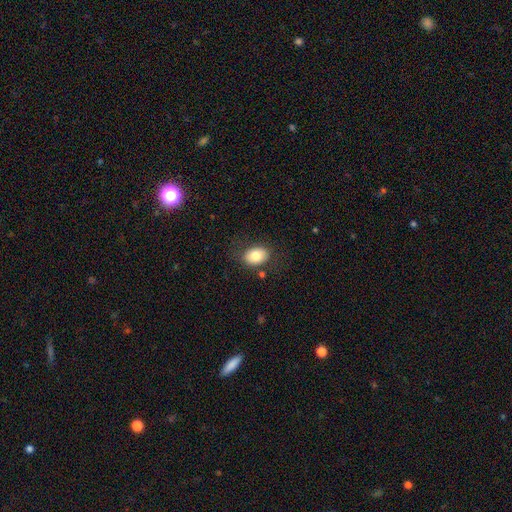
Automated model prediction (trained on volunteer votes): A smooth galaxy with no disk features (80%) that is in between round and cigar-shaped (74%).

Vote fractions:
- Smooth or featured? smooth: 80% / featured or disk: 12% / star or artifact: 8%
- How rounded? in between: 74% / round: 25% / cigar-shaped: 1%
- Merging? none: 78% / minor disturbance: 14% / major disturbance: 5% / merger: 3%